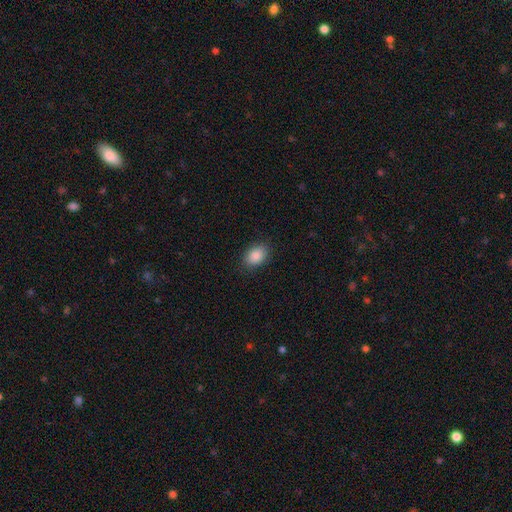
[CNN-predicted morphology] Smooth or featured? Predicted: smooth (p=0.88). How rounded? Predicted: in between (p=0.82). Merging? Predicted: none (p=0.87).